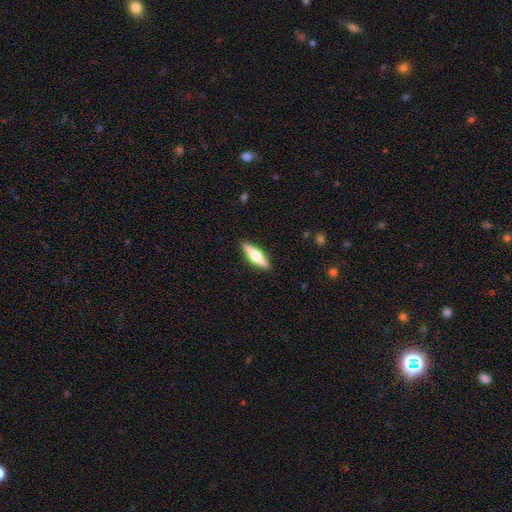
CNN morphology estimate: smooth-or-featured: featured or disk: 56% | smooth: 38% | star or artifact: 5%
  disk-edge-on: yes: 96% | no: 4%
    edge-on-bulge: rounded: 92% | boxy: 5% | none: 3%
  merging: none: 90% | minor disturbance: 7% | major disturbance: 2% | merger: 1%